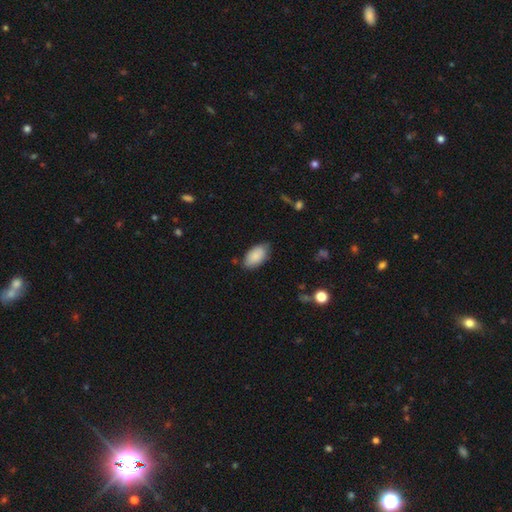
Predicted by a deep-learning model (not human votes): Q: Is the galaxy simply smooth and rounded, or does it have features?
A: smooth — 86%.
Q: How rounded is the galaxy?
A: in between — 95%.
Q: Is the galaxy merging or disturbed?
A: none — 75%.